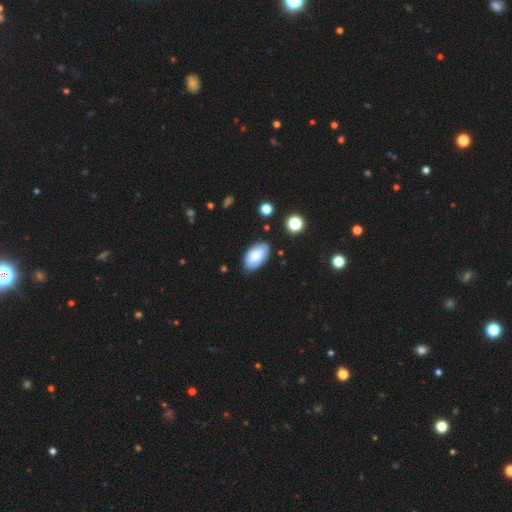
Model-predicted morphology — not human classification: type=smooth (76%); roundness=in between (95%); merging=none (78%).